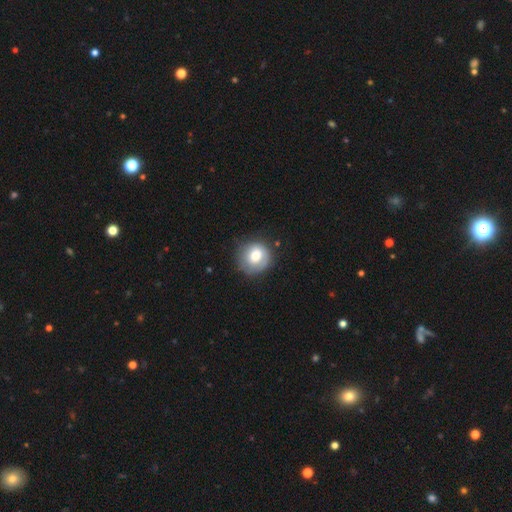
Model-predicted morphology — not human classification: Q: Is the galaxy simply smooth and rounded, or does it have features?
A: smooth — 71%.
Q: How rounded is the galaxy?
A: round — 89%.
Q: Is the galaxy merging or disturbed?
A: none — 73%.